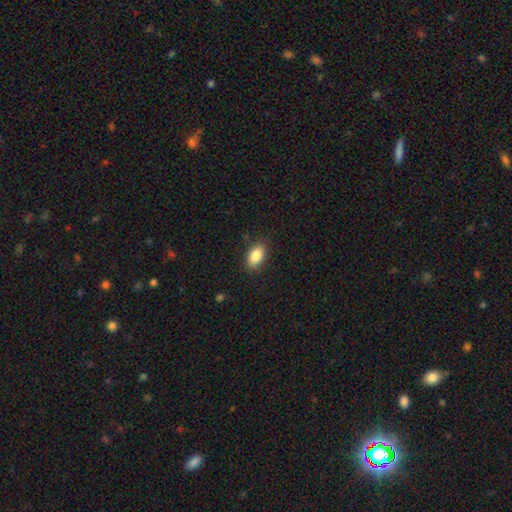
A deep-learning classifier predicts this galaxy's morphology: Smooth or featured? smooth (85%)
How rounded? in between (90%)
Merging? none (86%)